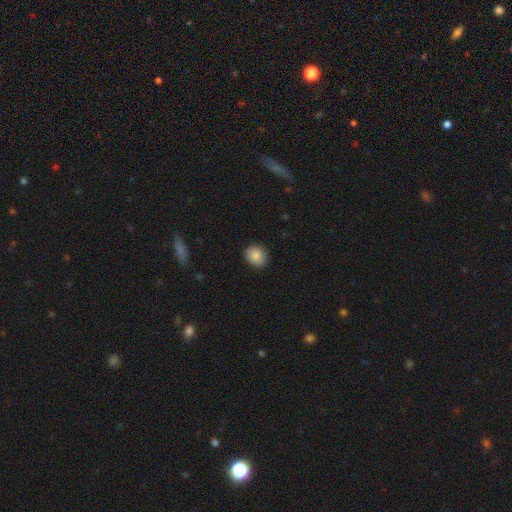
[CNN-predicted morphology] smooth-or-featured: smooth: 87% | star or artifact: 8% | featured or disk: 5%
  how-rounded: round: 71% | in between: 28% | cigar-shaped: 1%
  merging: none: 89% | minor disturbance: 8% | major disturbance: 2% | merger: 1%